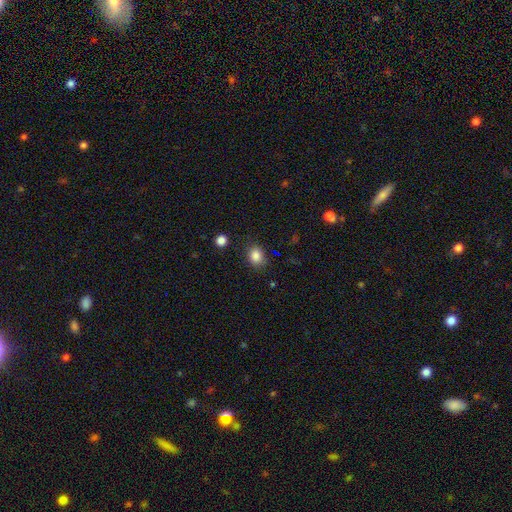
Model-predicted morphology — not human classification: This appears to be a smooth galaxy with no disk features (85%) that is round (52%). Merging: none (83%).